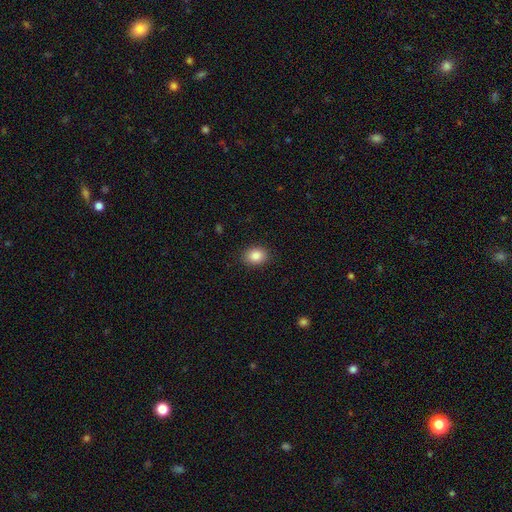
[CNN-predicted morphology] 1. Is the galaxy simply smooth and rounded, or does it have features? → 86% smooth, 9% star or artifact, 5% featured or disk.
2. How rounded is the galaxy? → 56% in between, 43% round, 1% cigar-shaped.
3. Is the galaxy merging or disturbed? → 89% none, 8% minor disturbance, 2% major disturbance, 1% merger.